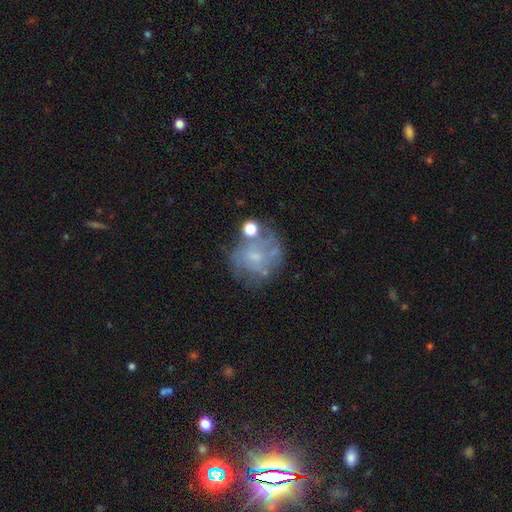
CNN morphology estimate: Q: Smooth or featured?
A: featured or disk (54%); runner-up: smooth (33%)
Q: Edge-on disk?
A: no (97%); runner-up: yes (3%)
Q: Bar?
A: no (75%); runner-up: weak (21%)
Q: Spiral arms?
A: no (53%); runner-up: yes (47%)
Q: Bulge size?
A: small (52%); runner-up: none (24%)
Q: Merging?
A: none (53%); runner-up: minor disturbance (20%)